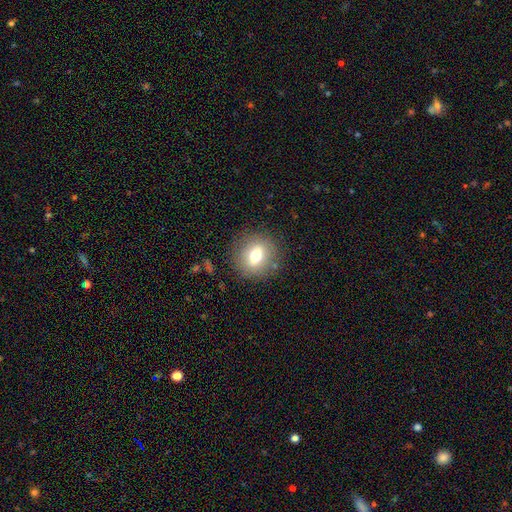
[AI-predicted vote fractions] Q: Smooth or featured?
A: smooth (65%); runner-up: featured or disk (24%)
Q: How rounded?
A: round (80%); runner-up: in between (19%)
Q: Merging?
A: none (85%); runner-up: minor disturbance (10%)